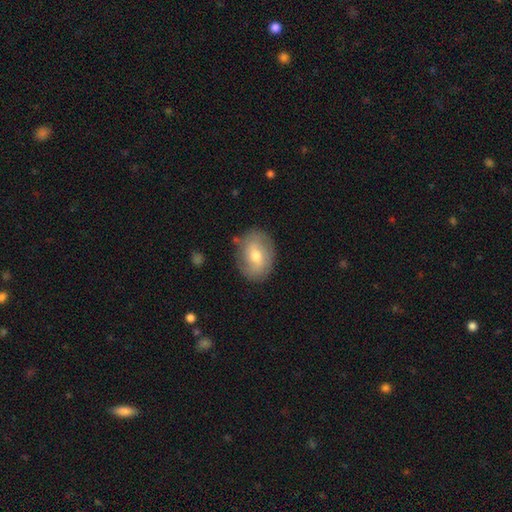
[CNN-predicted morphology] This appears to be a smooth galaxy with no disk features (48%). Merging: none (79%).